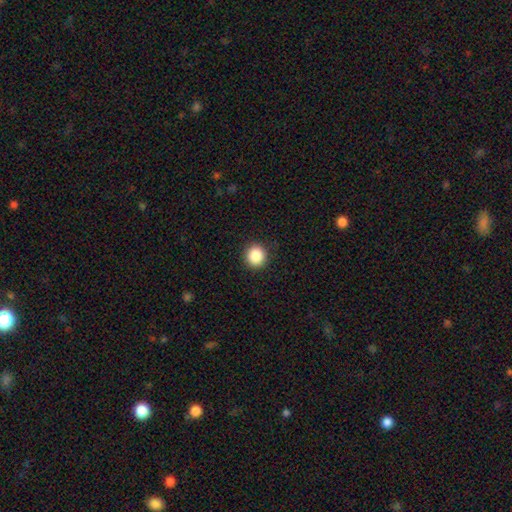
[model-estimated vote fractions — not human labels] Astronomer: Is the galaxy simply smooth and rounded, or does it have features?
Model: smooth — 87%.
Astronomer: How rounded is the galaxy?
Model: round — 92%.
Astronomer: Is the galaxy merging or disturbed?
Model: none — 91%.